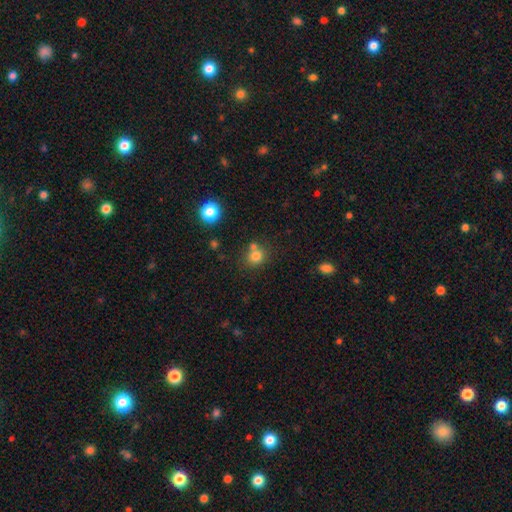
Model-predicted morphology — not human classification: smooth 77%, star or artifact 14%, featured or disk 9%. Down the decision tree: how rounded — round (82%); merging — none (58%).